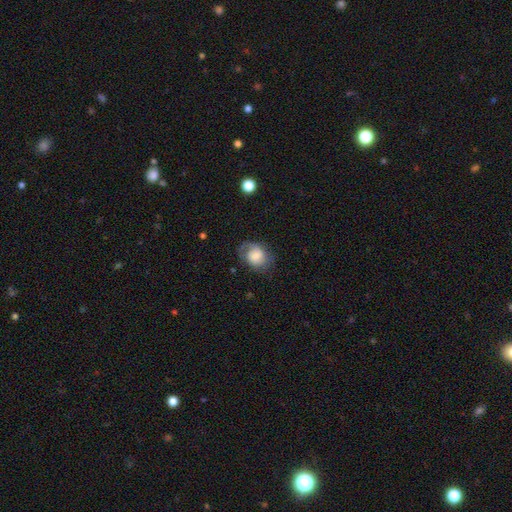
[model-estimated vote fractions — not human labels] A smooth galaxy with no disk features (53%) that is in between round and cigar-shaped (54%).

Vote fractions:
- Smooth or featured? smooth: 53% / featured or disk: 39% / star or artifact: 8%
- How rounded? in between: 54% / round: 45% / cigar-shaped: 1%
- Merging? none: 56% / minor disturbance: 25% / major disturbance: 17% / merger: 2%